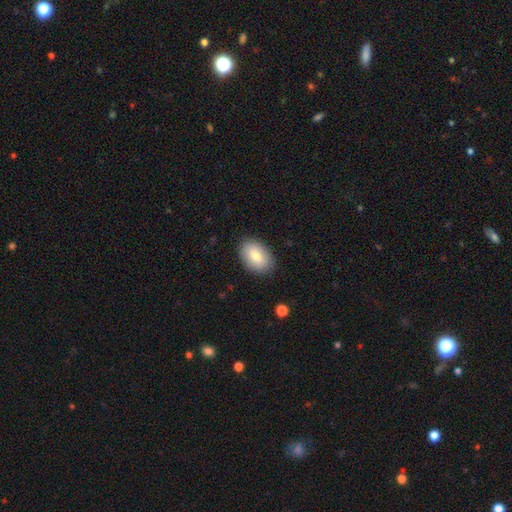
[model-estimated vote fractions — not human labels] Overall: smooth (81%). How rounded: in between (90%). Merging: none (86%).